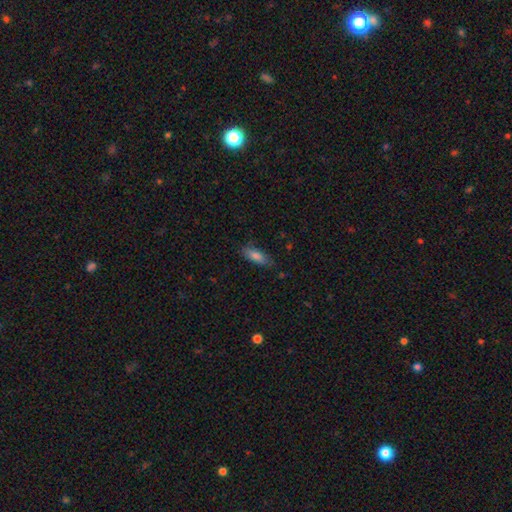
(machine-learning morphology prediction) smooth 81%, featured or disk 11%, star or artifact 7%. Down the decision tree: how rounded — in between (65%); merging — none (76%).